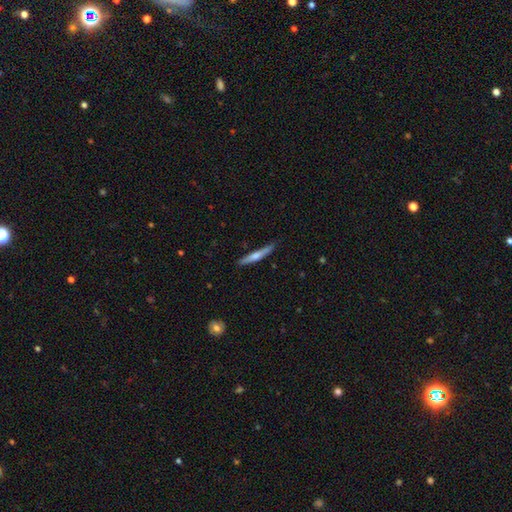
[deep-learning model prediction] A smooth galaxy with no disk features (52%) that is cigar-shaped (94%).

Vote fractions:
- Smooth or featured? smooth: 52% / featured or disk: 43% / star or artifact: 5%
- How rounded? cigar-shaped: 94% / in between: 5% / round: 1%
- Merging? none: 83% / minor disturbance: 13% / major disturbance: 2% / merger: 2%